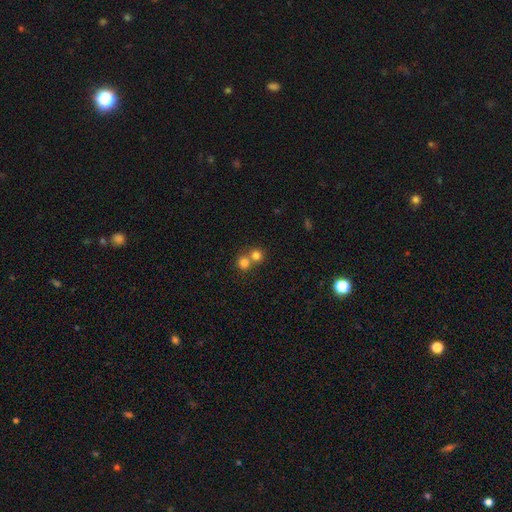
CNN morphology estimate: smooth-or-featured: smooth: 78% | star or artifact: 13% | featured or disk: 9%
  how-rounded: round: 89% | in between: 10% | cigar-shaped: 1%
  merging: merger: 50% | none: 44% | minor disturbance: 4% | major disturbance: 2%